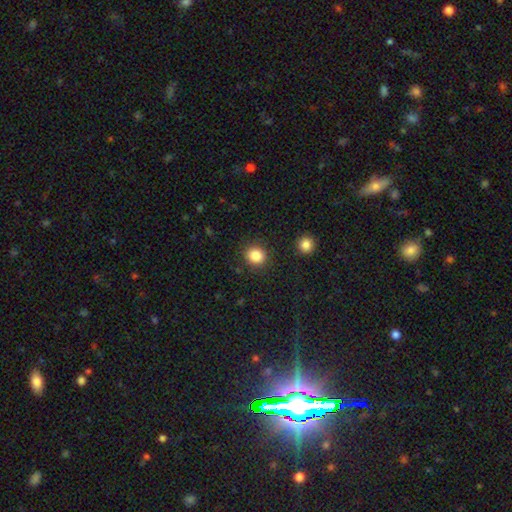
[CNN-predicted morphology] Overall: smooth (86%). How rounded: round (81%). Merging: none (88%).